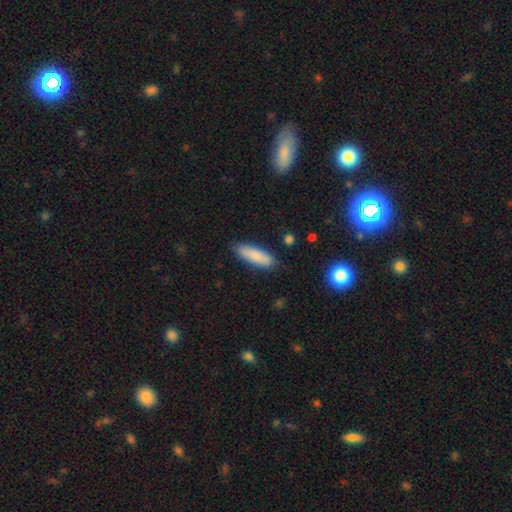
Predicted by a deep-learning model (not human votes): smooth 84%, featured or disk 10%, star or artifact 6%. Down the decision tree: how rounded — cigar-shaped (51%); merging — none (84%).